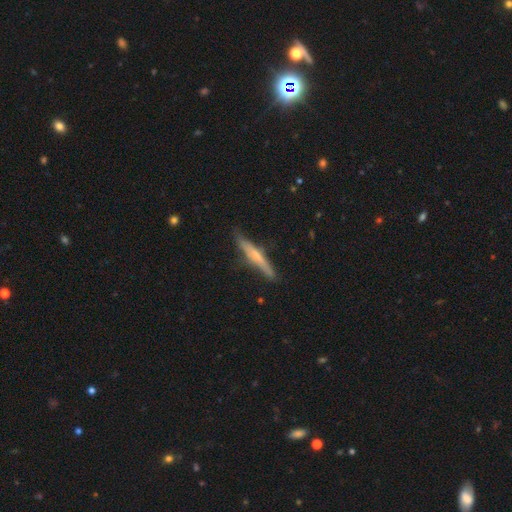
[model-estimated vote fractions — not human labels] Smooth or featured: featured or disk — 54% (smooth — 40%)
Edge-on disk: yes — 95% (no — 5%)
Edge-on bulge: rounded — 54% (none — 38%)
Merging: none — 81% (minor disturbance — 14%)